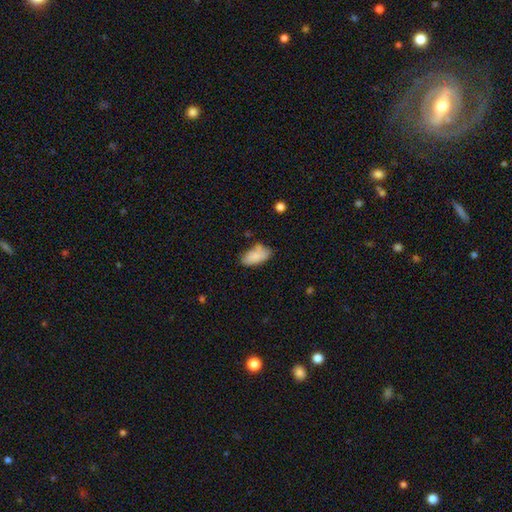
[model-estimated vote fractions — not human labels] The model was most divided on "merging": none: 62%, minor disturbance: 25%, merger: 6%, major disturbance: 6%. More confident: how rounded — in between (91%); smooth or featured — smooth (85%).